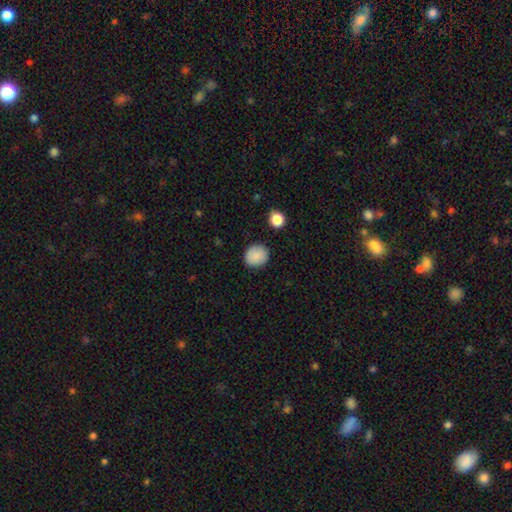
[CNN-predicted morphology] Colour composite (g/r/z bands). It shows a smooth galaxy with no disk features (88%) that is round (88%). Merging: none (89%).